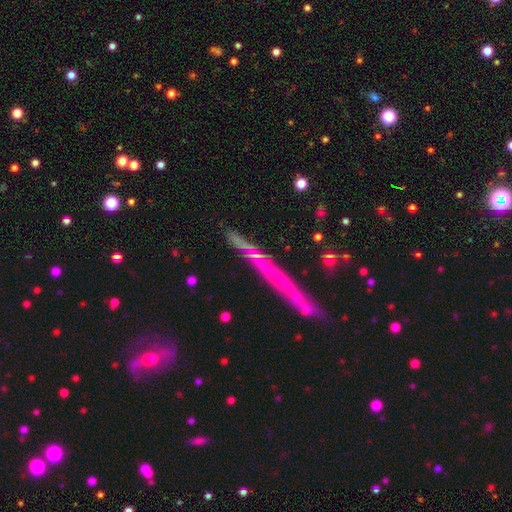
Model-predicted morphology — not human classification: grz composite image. It shows a smooth galaxy with no disk features (35%). Merging: none (79%).